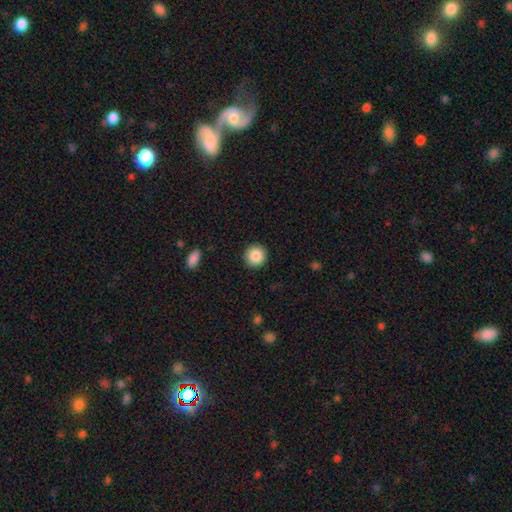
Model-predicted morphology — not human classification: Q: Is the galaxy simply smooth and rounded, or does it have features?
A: smooth — 87%.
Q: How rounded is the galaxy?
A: round — 94%.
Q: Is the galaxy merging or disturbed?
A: none — 92%.